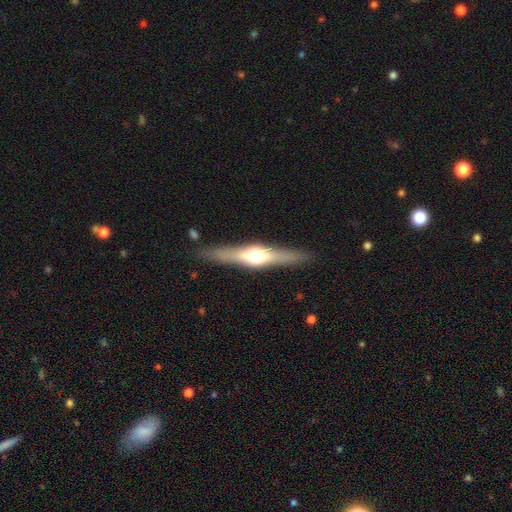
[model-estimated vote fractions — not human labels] smooth-or-featured: featured or disk: 70% | smooth: 25% | star or artifact: 6%
  disk-edge-on: yes: 96% | no: 4%
    edge-on-bulge: rounded: 91% | boxy: 6% | none: 2%
  merging: none: 88% | minor disturbance: 8% | major disturbance: 2% | merger: 1%